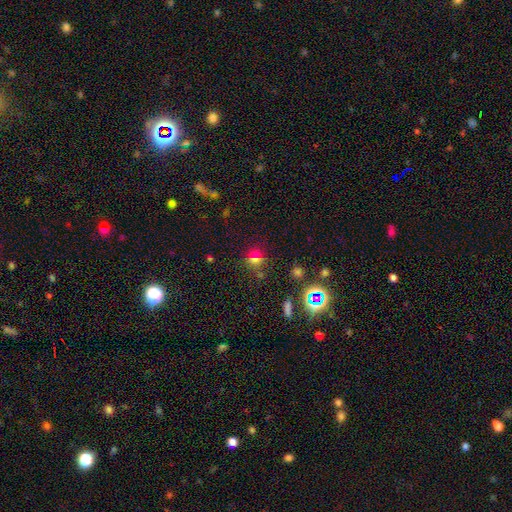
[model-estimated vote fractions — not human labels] Smooth or featured? Predicted: smooth (p=0.55). How rounded? Predicted: round (p=0.78). Merging? Predicted: none (p=0.71).